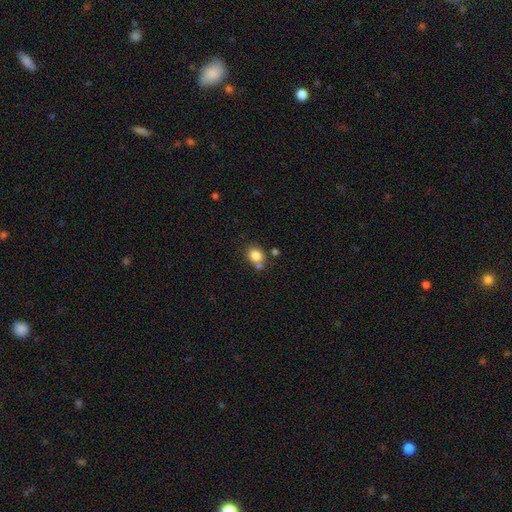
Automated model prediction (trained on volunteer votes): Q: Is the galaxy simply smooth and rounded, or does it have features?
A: smooth — 82%.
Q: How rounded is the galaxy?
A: round — 62%.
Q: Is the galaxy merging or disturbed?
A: none — 62%.